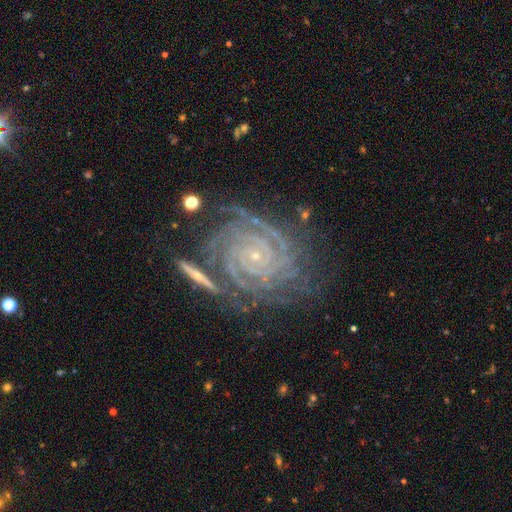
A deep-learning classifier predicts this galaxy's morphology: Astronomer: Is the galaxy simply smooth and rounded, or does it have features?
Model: featured or disk — 91%.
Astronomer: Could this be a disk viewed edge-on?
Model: no — 97%.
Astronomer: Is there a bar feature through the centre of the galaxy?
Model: no — 74%.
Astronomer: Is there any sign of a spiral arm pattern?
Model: yes — 99%.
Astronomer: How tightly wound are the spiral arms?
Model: tight — 86%.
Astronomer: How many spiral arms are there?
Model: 4 — 24% (runner-up: 3, 19%).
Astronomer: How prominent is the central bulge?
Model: small — 88%.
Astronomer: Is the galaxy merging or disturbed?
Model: none — 65%.